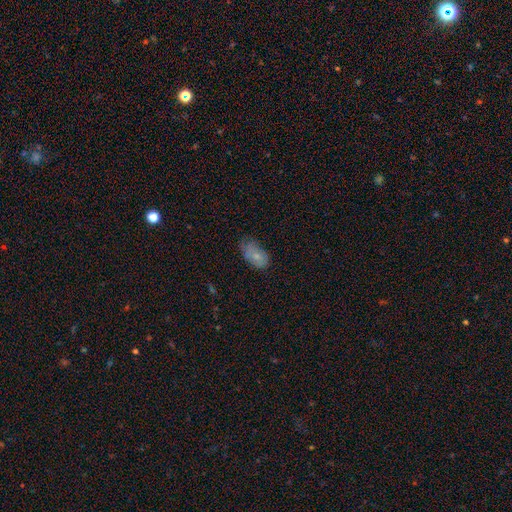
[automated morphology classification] Smooth or featured?
  - smooth: 73% *
  - featured or disk: 19%
  - star or artifact: 8%
How rounded?
  - in between: 93% *
  - round: 5%
  - cigar-shaped: 2%
Merging?
  - none: 52% *
  - minor disturbance: 36%
  - major disturbance: 10%
  - merger: 2%